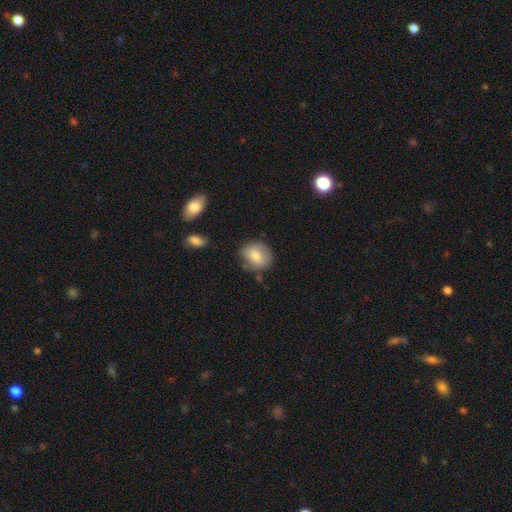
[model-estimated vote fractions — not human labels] The model was most divided on "how rounded": round: 65%, in between: 34%, cigar-shaped: 1%. More confident: smooth or featured — smooth (78%); merging — none (74%).